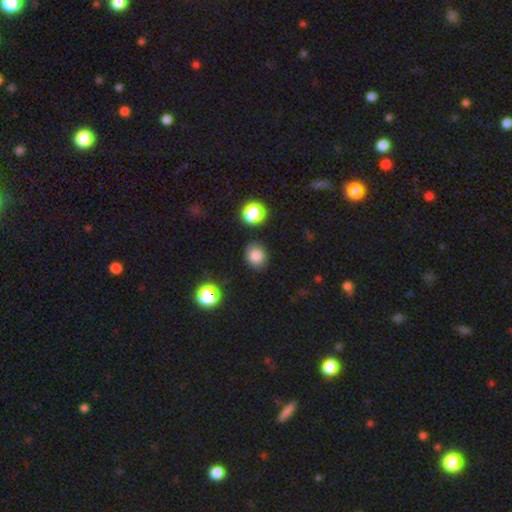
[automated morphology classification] Smooth or featured? Predicted: smooth (p=0.80). How rounded? Predicted: round (p=0.66). Merging? Predicted: none (p=0.85).